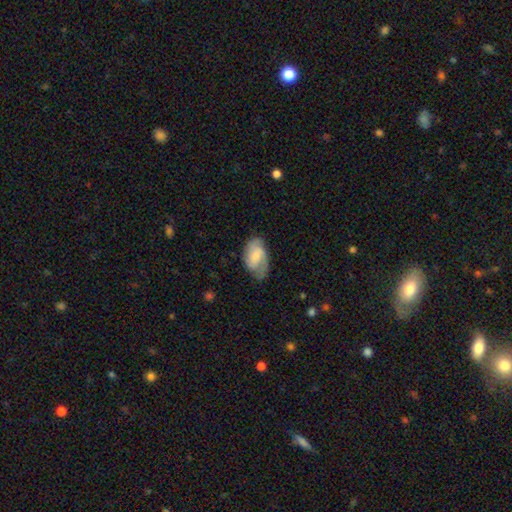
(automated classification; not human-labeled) Smooth or featured? Predicted: featured or disk (p=0.52). Edge-on disk? Predicted: no (p=0.96). Bar? Predicted: no (p=0.49). Spiral arms? Predicted: yes (p=0.86). Bulge size? Predicted: small (p=0.51). Merging? Predicted: none (p=0.61).